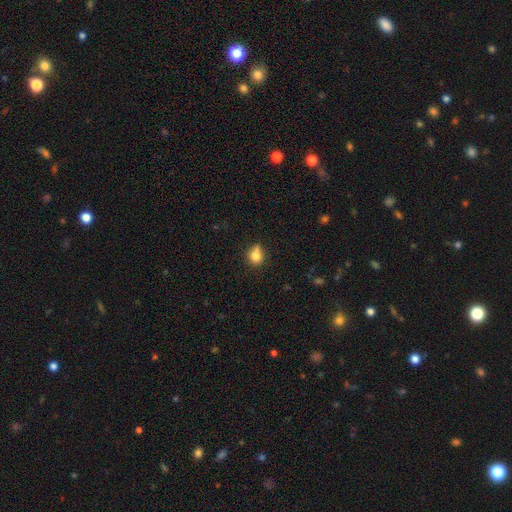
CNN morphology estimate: Smooth or featured: smooth — 80% (star or artifact — 11%)
How rounded: round — 65% (in between — 34%)
Merging: none — 55% (minor disturbance — 31%)